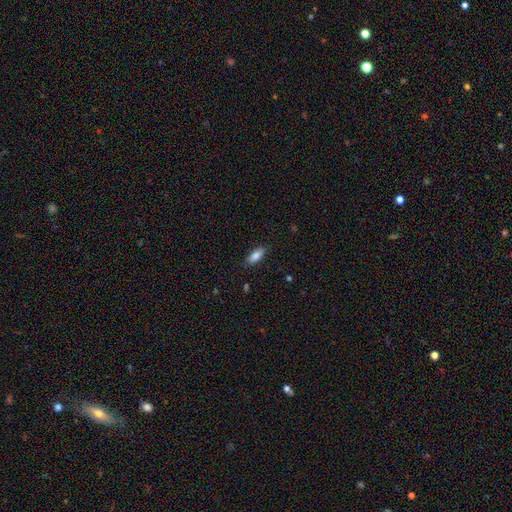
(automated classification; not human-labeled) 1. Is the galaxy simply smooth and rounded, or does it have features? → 84% smooth, 9% featured or disk, 7% star or artifact.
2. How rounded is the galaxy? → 78% in between, 20% cigar-shaped, 2% round.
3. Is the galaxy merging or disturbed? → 86% none, 11% minor disturbance, 2% major disturbance, 1% merger.